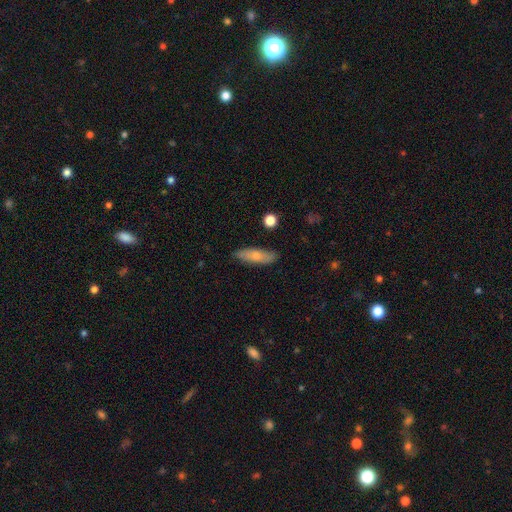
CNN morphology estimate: Q: Smooth or featured?
A: smooth (68%); runner-up: featured or disk (26%)
Q: How rounded?
A: cigar-shaped (51%); runner-up: in between (46%)
Q: Merging?
A: none (85%); runner-up: minor disturbance (12%)